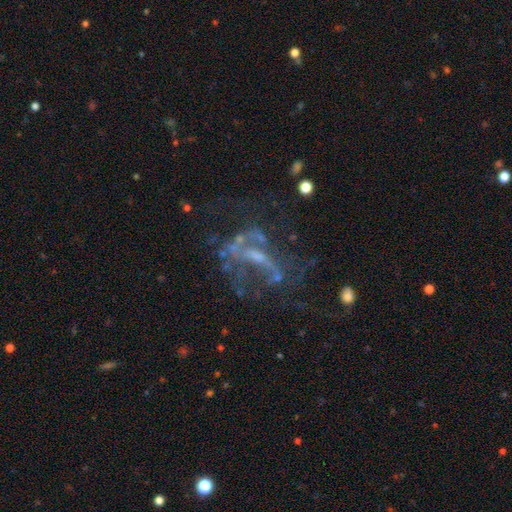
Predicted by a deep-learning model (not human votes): This is likely a featured or disk galaxy (72%). It is clearly not viewed edge-on (94%). Bar: marginally no (41%). Spiral arm pattern: possibly yes (51%). Central bulge: marginally small (45%). Merging: marginally none (43%).